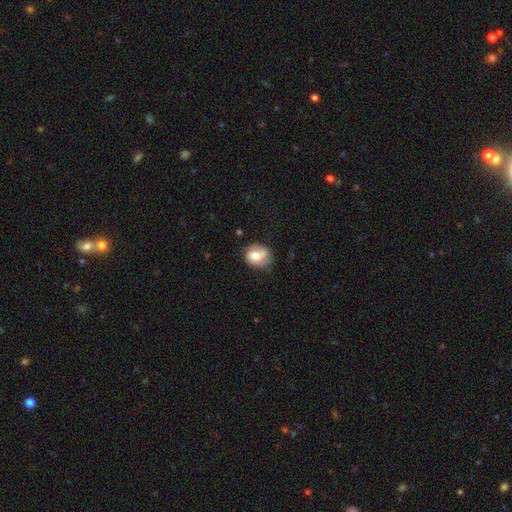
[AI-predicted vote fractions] smooth_or_featured: smooth (p=0.69) [alt: featured or disk p=0.23]
how_rounded: round (p=0.61) [alt: in between p=0.38]
merging: none (p=0.47) [alt: minor disturbance p=0.29]